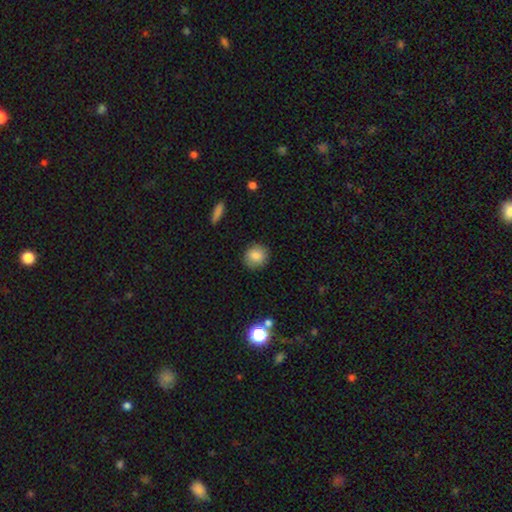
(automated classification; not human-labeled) The model was most divided on "how rounded": round: 83%, in between: 16%, cigar-shaped: 1%. More confident: merging — none (87%); smooth or featured — smooth (85%).